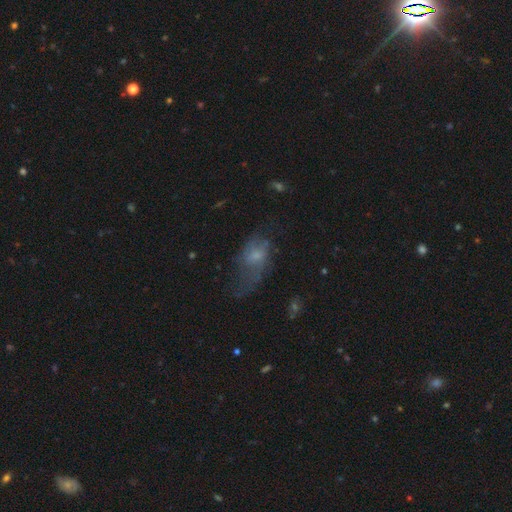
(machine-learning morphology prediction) smooth_or_featured: featured or disk (p=0.48) [alt: smooth p=0.39]
merging: major disturbance (p=0.41) [alt: none p=0.33]